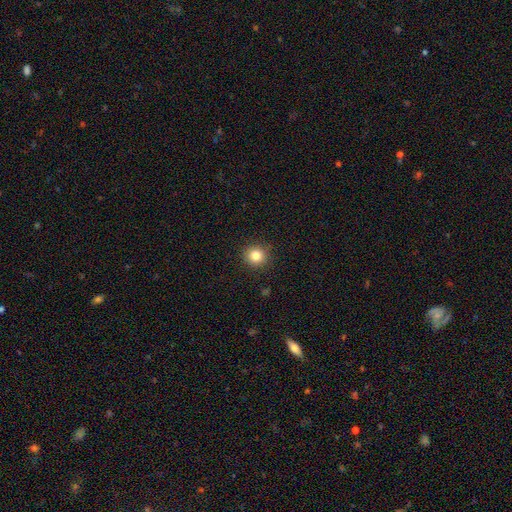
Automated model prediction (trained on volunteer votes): The model was most divided on "smooth or featured": smooth: 83%, star or artifact: 11%, featured or disk: 6%. More confident: how rounded — round (92%); merging — none (91%).